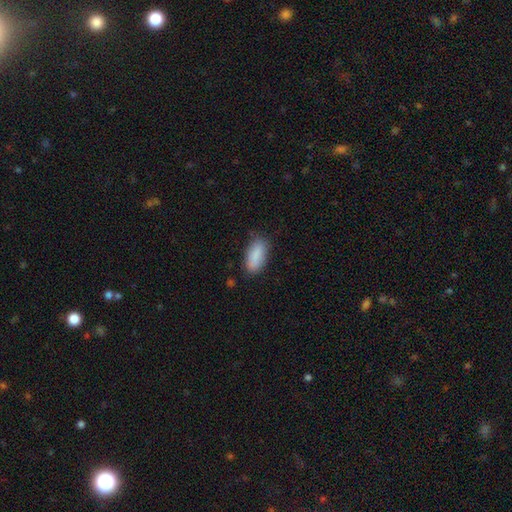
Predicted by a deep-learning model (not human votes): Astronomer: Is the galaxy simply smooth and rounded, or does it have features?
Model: smooth — 88%.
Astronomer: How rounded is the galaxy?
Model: in between — 83%.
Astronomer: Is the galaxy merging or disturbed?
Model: none — 79%.